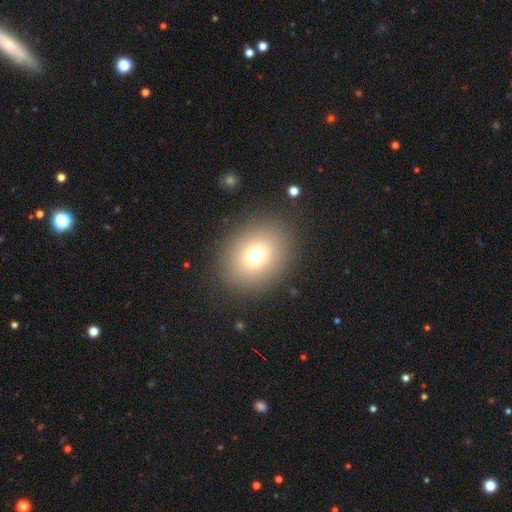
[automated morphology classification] The model was most divided on "how rounded": round: 58%, in between: 41%, cigar-shaped: 1%. More confident: merging — none (87%); smooth or featured — smooth (71%).